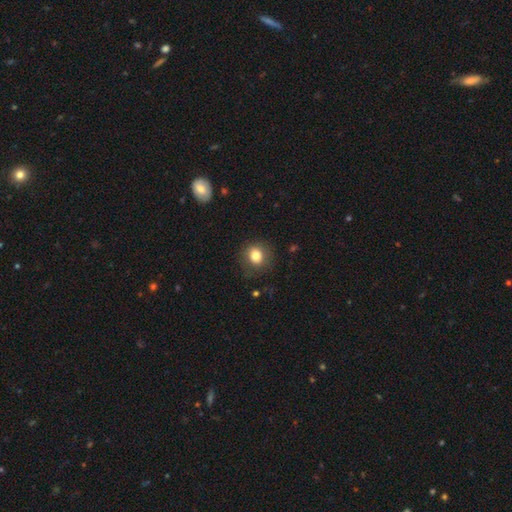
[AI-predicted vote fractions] Morphology: type=smooth (81%); roundness=round (74%); merging=none (83%).